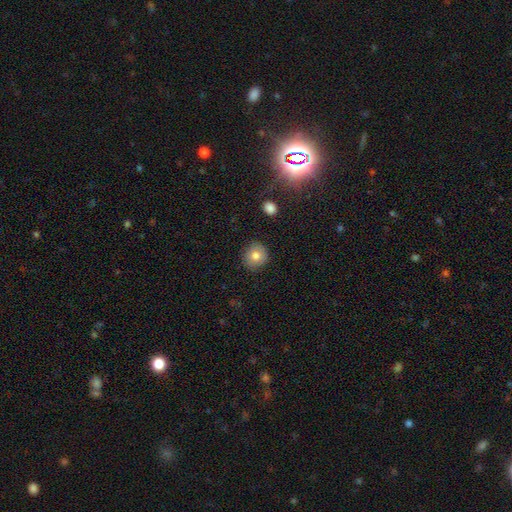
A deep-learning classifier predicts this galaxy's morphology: A smooth galaxy with no disk features (79%) that is round (85%). Merging: none (88%).